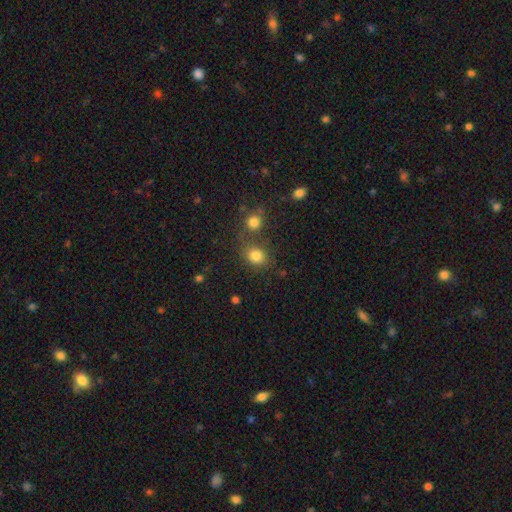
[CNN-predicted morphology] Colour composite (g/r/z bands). It shows a smooth galaxy with no disk features (81%) that is round (65%). Merging: none (65%).